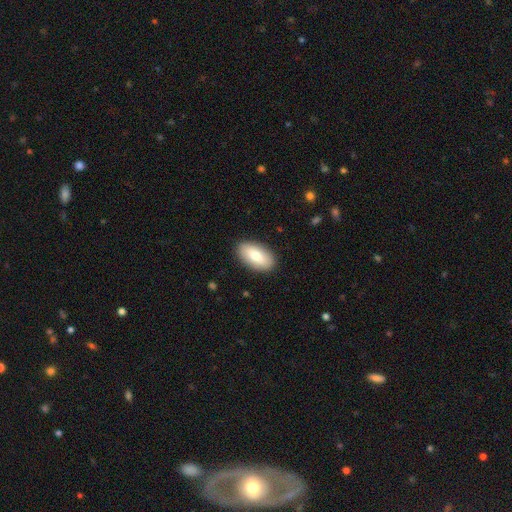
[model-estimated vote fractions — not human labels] Smooth or featured? smooth (81%)
How rounded? in between (93%)
Merging? none (88%)